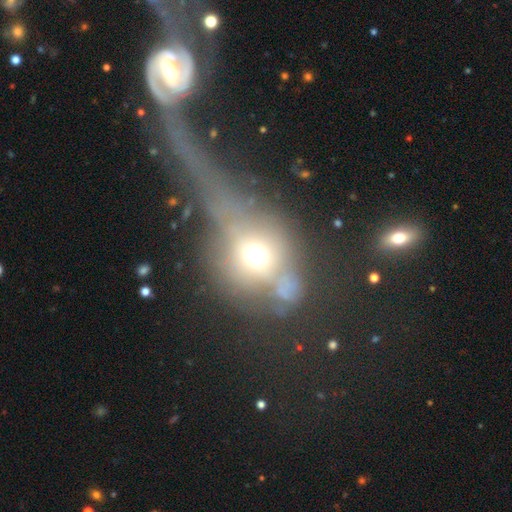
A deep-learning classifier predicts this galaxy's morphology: Smooth or featured? smooth (44%)
Merging? major disturbance (44%)